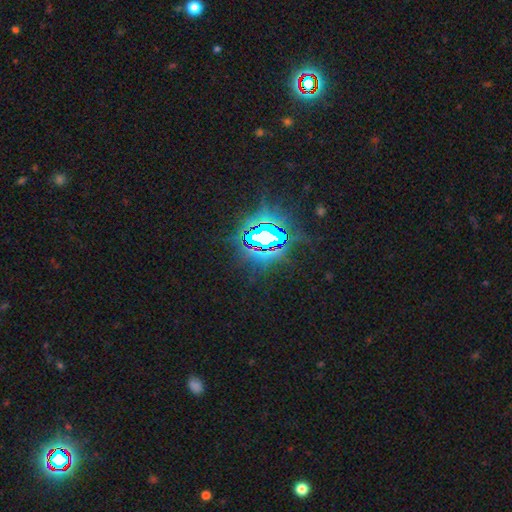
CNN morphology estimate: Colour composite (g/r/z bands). It shows a star or artifact, not a galaxy (84%).